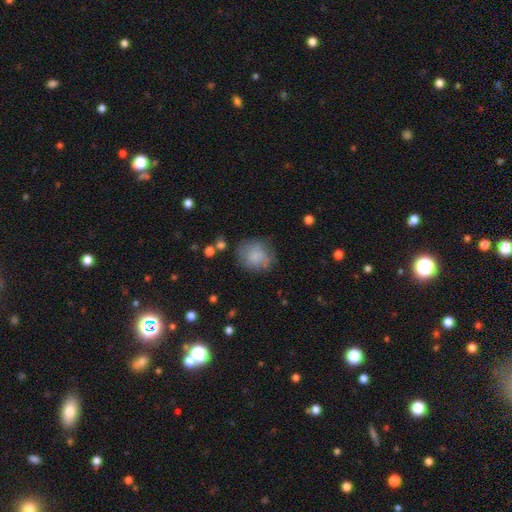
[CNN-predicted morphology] smooth-or-featured: smooth: 71% | featured or disk: 20% | star or artifact: 9%
  how-rounded: round: 75% | in between: 24% | cigar-shaped: 1%
  merging: none: 62% | minor disturbance: 23% | major disturbance: 11% | merger: 3%